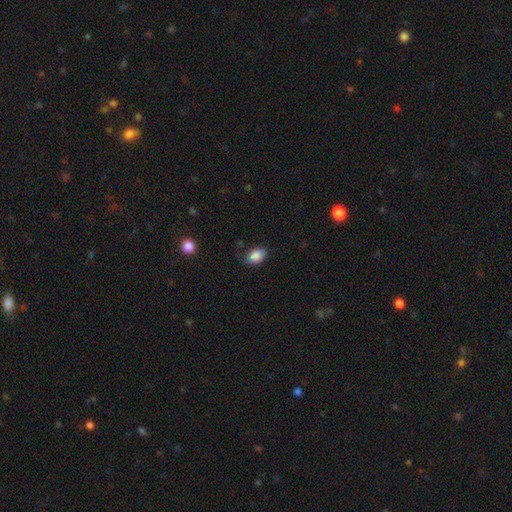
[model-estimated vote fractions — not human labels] The model was most divided on "how rounded": in between: 81%, round: 17%, cigar-shaped: 1%. More confident: smooth or featured — smooth (87%); merging — none (80%).